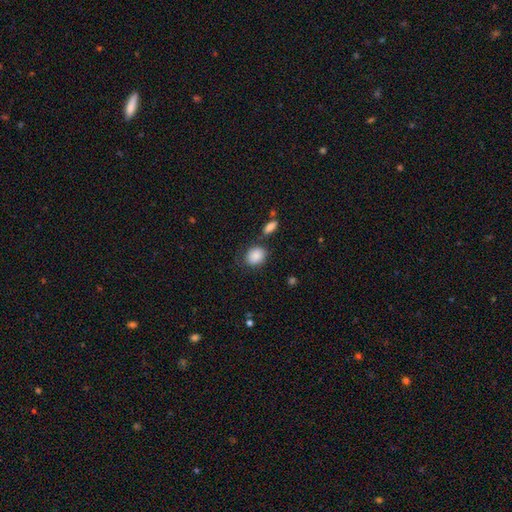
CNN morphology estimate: This is clearly a smooth galaxy (87%). How rounded: possibly round (52%). Merging: likely none (70%).